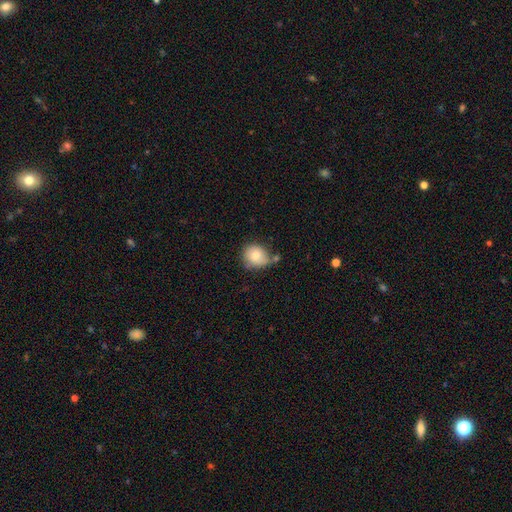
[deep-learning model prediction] Smooth or featured? Predicted: smooth (p=0.78). How rounded? Predicted: round (p=0.73). Merging? Predicted: none (p=0.53).